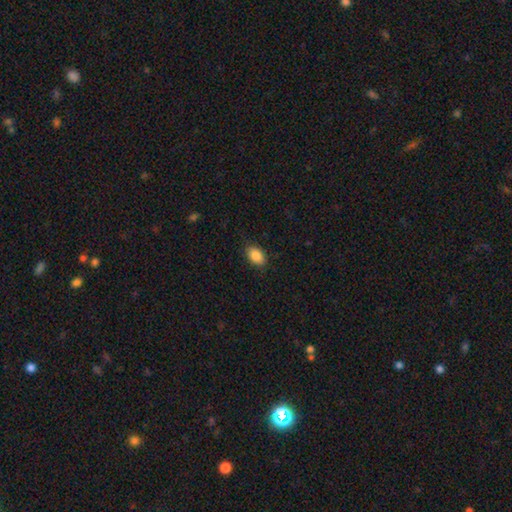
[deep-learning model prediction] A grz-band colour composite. It shows a smooth galaxy with no disk features (88%) that is in between round and cigar-shaped (89%). Merging: none (85%).